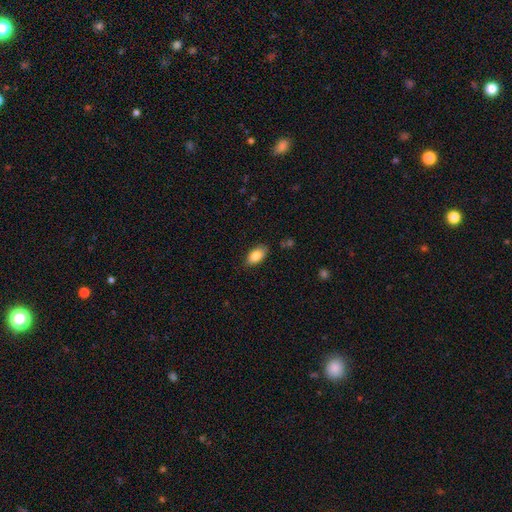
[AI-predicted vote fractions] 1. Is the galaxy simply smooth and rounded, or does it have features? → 84% smooth, 9% featured or disk, 7% star or artifact.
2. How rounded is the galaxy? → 91% in between, 5% cigar-shaped, 4% round.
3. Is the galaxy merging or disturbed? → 83% none, 13% minor disturbance, 3% major disturbance, 1% merger.